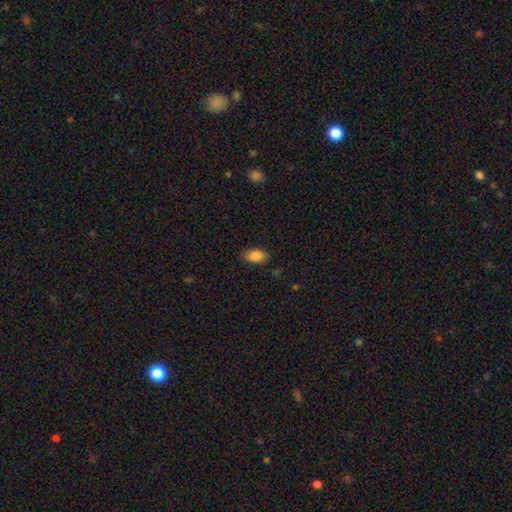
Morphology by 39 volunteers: type=smooth (85%); roundness=in between (88%); merging=none (94%).